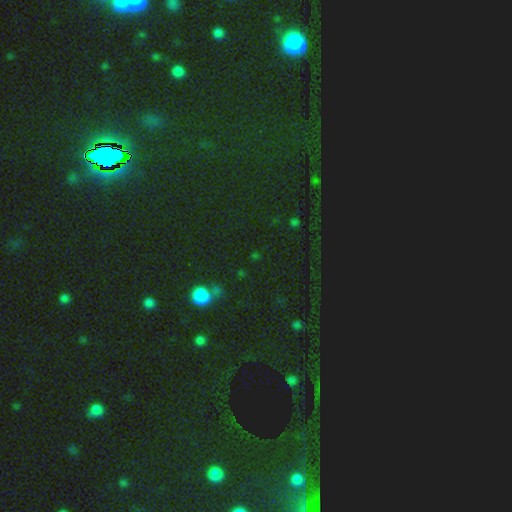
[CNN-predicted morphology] smooth-or-featured: star or artifact: 58% | smooth: 34% | featured or disk: 8%